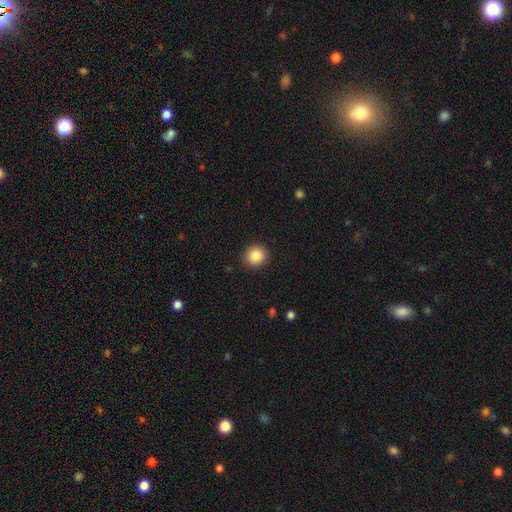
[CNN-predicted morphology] Smooth or featured?
  - smooth: 85% *
  - star or artifact: 10%
  - featured or disk: 5%
How rounded?
  - round: 92% *
  - in between: 7%
  - cigar-shaped: 1%
Merging?
  - none: 92% *
  - minor disturbance: 5%
  - major disturbance: 2%
  - merger: 1%